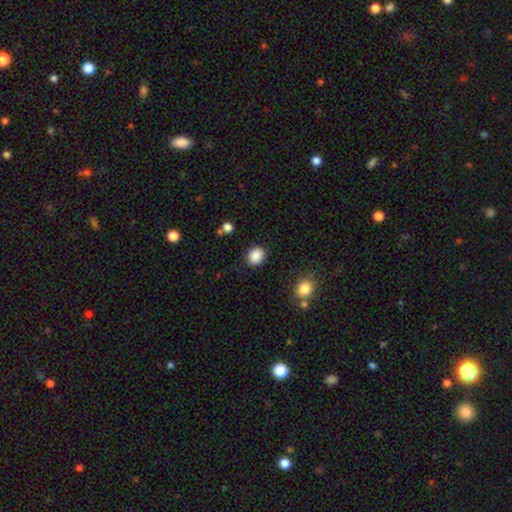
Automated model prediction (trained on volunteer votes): smooth_or_featured: smooth (p=0.88) [alt: star or artifact p=0.09]
how_rounded: round (p=0.68) [alt: in between p=0.31]
merging: none (p=0.87) [alt: minor disturbance p=0.08]